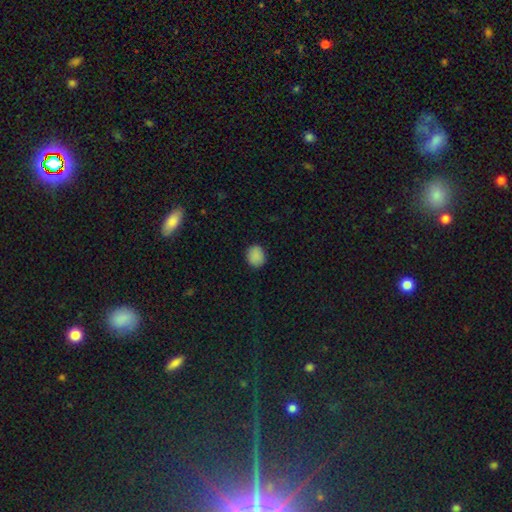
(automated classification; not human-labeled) This appears to be a smooth galaxy with no disk features (88%) that is round (70%). Merging: none (89%).